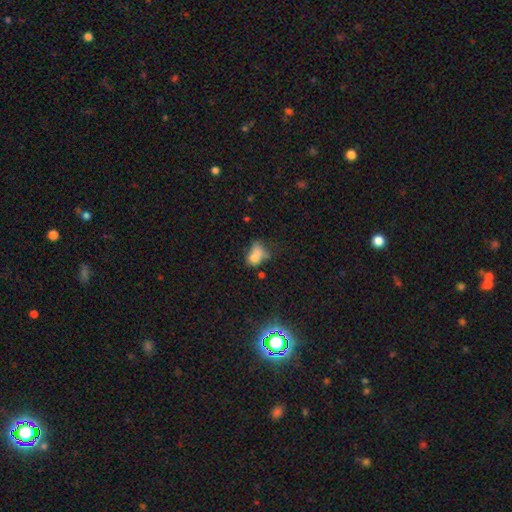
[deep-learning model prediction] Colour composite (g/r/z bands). It shows a smooth galaxy with no disk features (64%) that is in between round and cigar-shaped (67%). Merging: merger (40%).